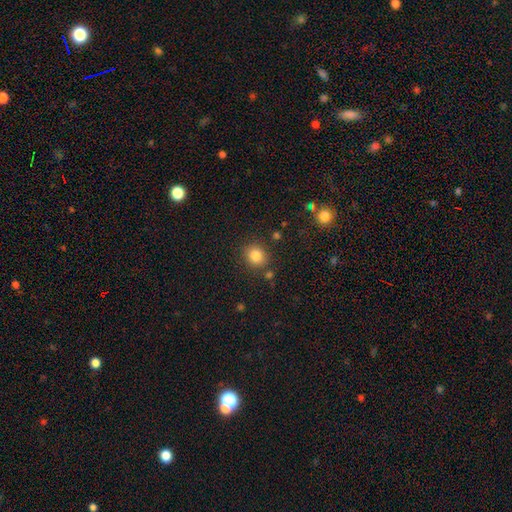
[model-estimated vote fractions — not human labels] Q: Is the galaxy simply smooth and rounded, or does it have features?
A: smooth — 83%.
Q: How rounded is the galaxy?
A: round — 78%.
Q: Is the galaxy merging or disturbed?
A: none — 84%.